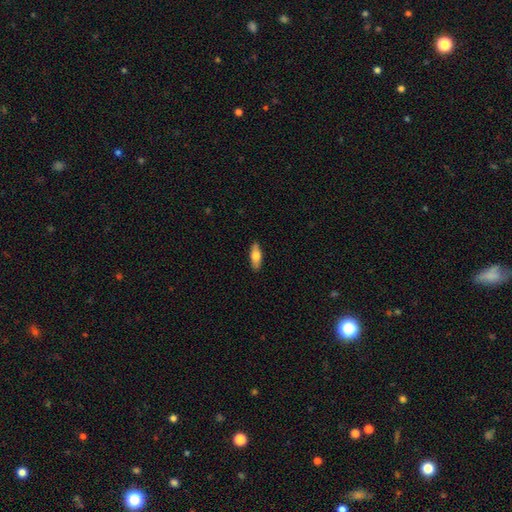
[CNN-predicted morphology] This is likely a smooth galaxy (71%). How rounded: likely in between (69%). Merging: clearly none (89%).